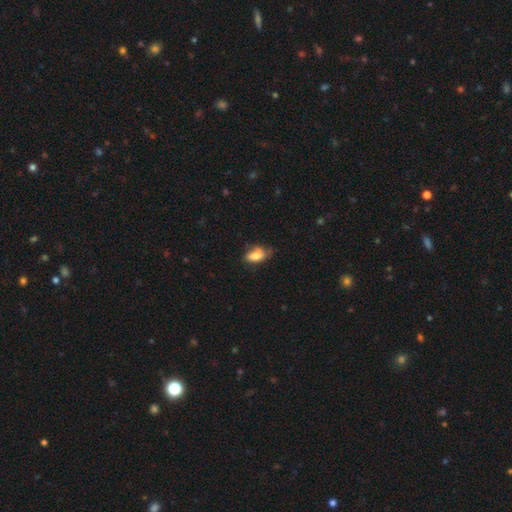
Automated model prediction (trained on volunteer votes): Morphology: type=smooth (77%); roundness=in between (89%); merging=none (50%).